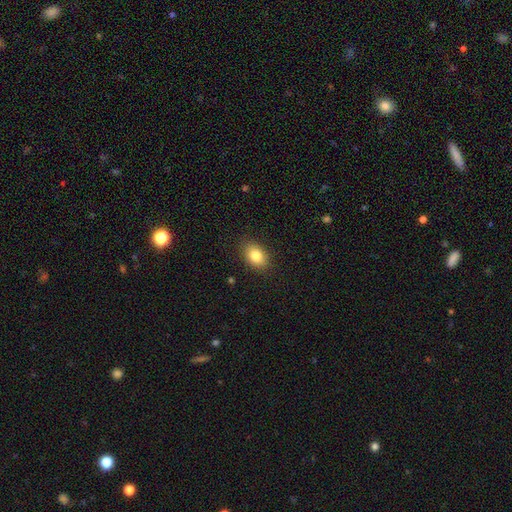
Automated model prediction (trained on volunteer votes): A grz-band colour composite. It shows a smooth galaxy with no disk features (83%) that is in between round and cigar-shaped (82%). Merging: none (87%).